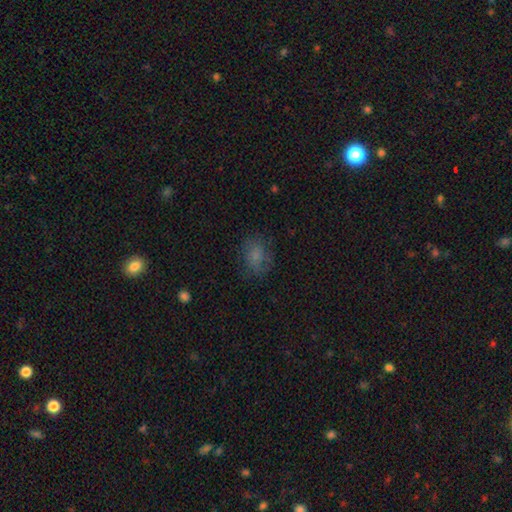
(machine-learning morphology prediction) The model was most divided on "how rounded": in between: 57%, round: 42%, cigar-shaped: 1%. More confident: smooth or featured — smooth (74%); merging — none (71%).